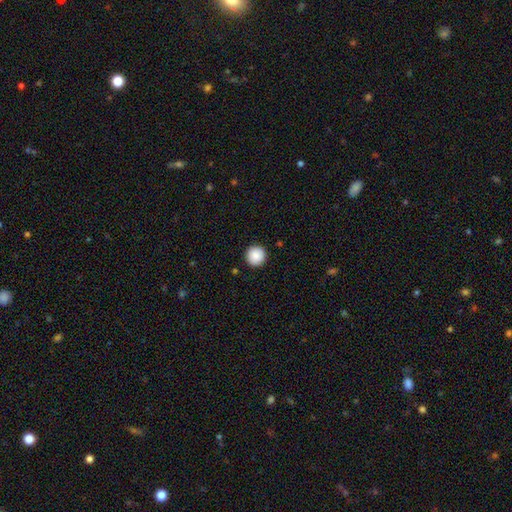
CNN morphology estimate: The model was most divided on "smooth or featured": smooth: 88%, star or artifact: 8%, featured or disk: 4%. More confident: how rounded — round (96%); merging — none (92%).